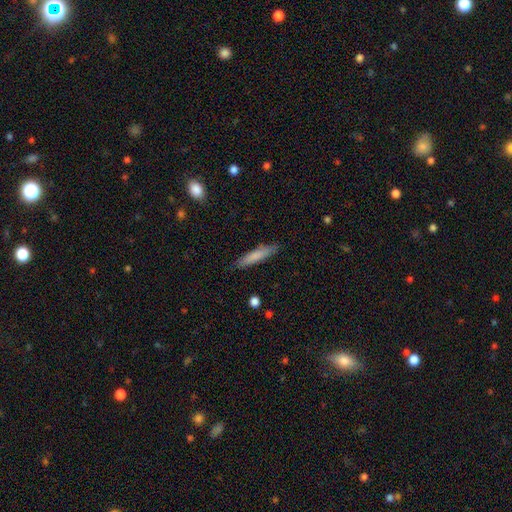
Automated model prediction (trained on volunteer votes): smooth-or-featured: smooth: 78% | featured or disk: 16% | star or artifact: 6%
  how-rounded: cigar-shaped: 86% | in between: 13% | round: 1%
  merging: none: 86% | minor disturbance: 11% | major disturbance: 2% | merger: 1%